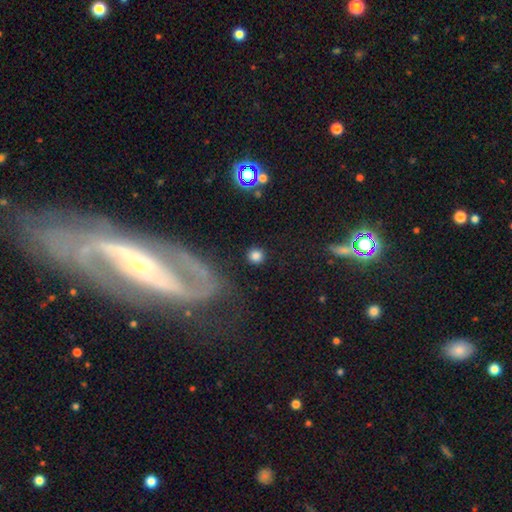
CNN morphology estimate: Q: Smooth or featured?
A: smooth (82%); runner-up: star or artifact (12%)
Q: How rounded?
A: round (94%); runner-up: in between (5%)
Q: Merging?
A: none (88%); runner-up: minor disturbance (6%)